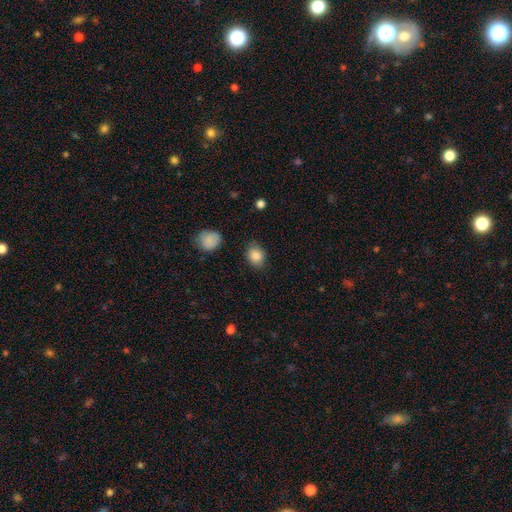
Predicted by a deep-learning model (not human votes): The model was most divided on "how rounded": round: 53%, in between: 45%, cigar-shaped: 1%. More confident: smooth or featured — smooth (87%); merging — none (80%).